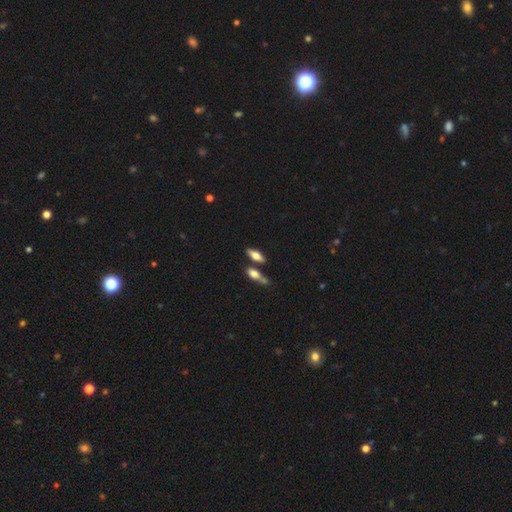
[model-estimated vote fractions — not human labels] Smooth or featured? smooth (61%)
How rounded? in between (70%)
Merging? none (65%)